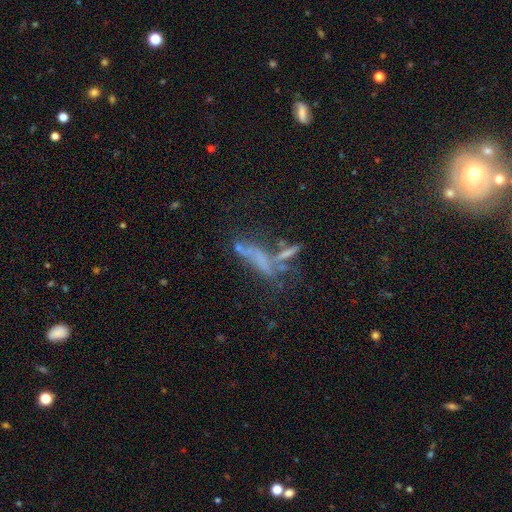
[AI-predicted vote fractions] This is possibly a featured or disk galaxy (46%). Merging: marginally merger (36%).